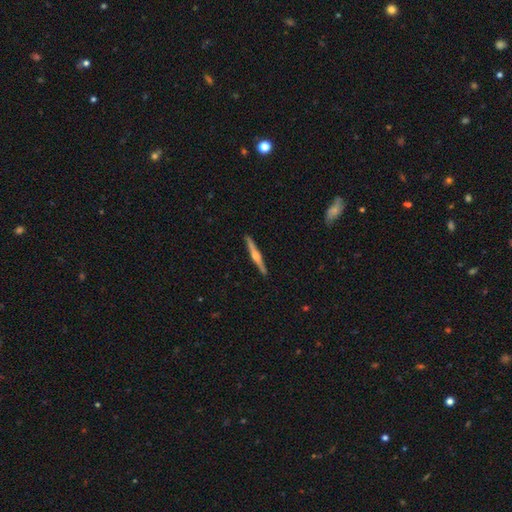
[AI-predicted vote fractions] This is likely a featured or disk galaxy (74%). It is clearly viewed edge-on (98%). Edge-on bulge: clearly rounded (88%). Merging: clearly none (91%).